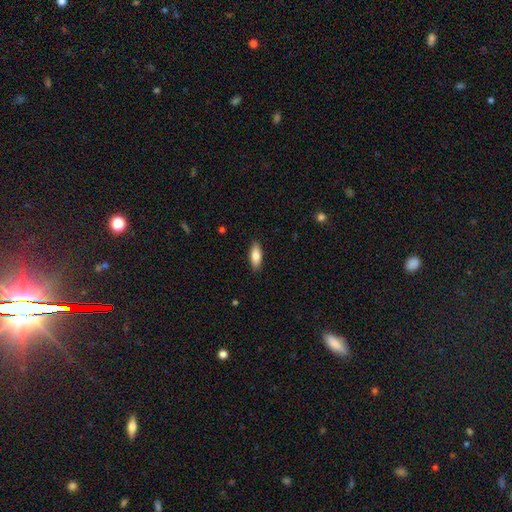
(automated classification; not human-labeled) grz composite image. It shows a smooth galaxy with no disk features (82%) that is in between round and cigar-shaped (75%). Merging: none (88%).